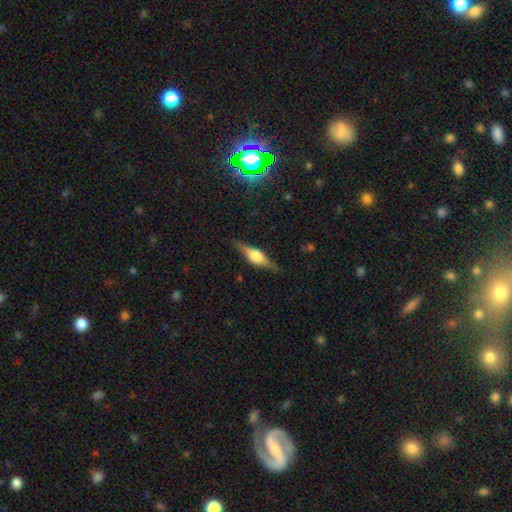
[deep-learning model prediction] smooth-or-featured: featured or disk: 74% | smooth: 19% | star or artifact: 7%
  disk-edge-on: yes: 97% | no: 3%
    edge-on-bulge: rounded: 86% | boxy: 12% | none: 2%
  merging: none: 87% | minor disturbance: 10% | major disturbance: 2% | merger: 1%